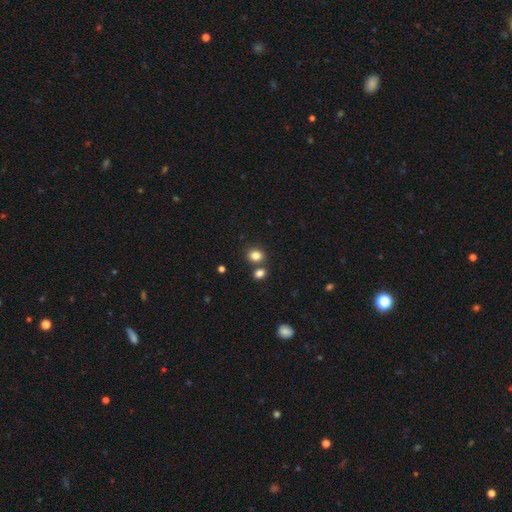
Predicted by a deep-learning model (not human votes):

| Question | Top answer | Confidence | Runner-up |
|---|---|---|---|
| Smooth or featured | smooth | 83% | star or artifact (12%) |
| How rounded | round | 65% | in between (34%) |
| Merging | none | 70% | merger (19%) |